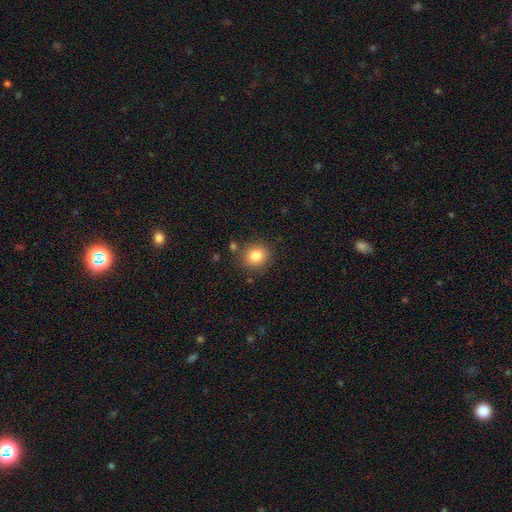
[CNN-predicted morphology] A smooth galaxy with no disk features (82%) that is round (83%).

Vote fractions:
- Smooth or featured? smooth: 82% / star or artifact: 11% / featured or disk: 7%
- How rounded? round: 83% / in between: 16% / cigar-shaped: 1%
- Merging? none: 84% / minor disturbance: 9% / merger: 4% / major disturbance: 3%